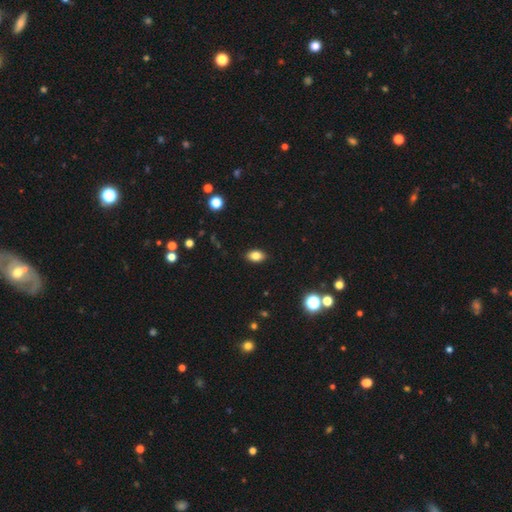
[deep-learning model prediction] Morphology: type=smooth (82%); roundness=in between (87%); merging=none (89%).